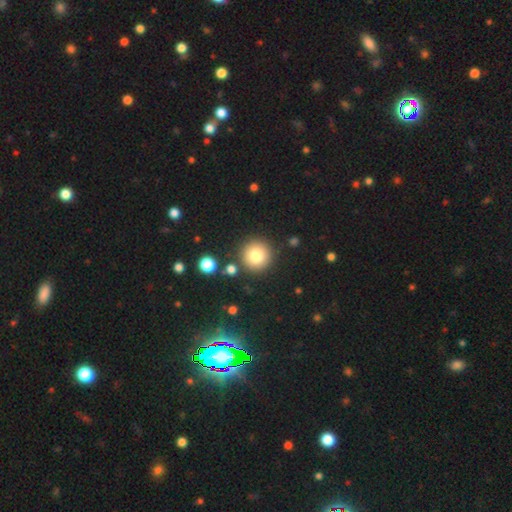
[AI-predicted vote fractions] Smooth or featured?
  - smooth: 80% *
  - star or artifact: 11%
  - featured or disk: 9%
How rounded?
  - round: 96% *
  - in between: 4%
  - cigar-shaped: 1%
Merging?
  - none: 88% *
  - minor disturbance: 6%
  - merger: 4%
  - major disturbance: 2%